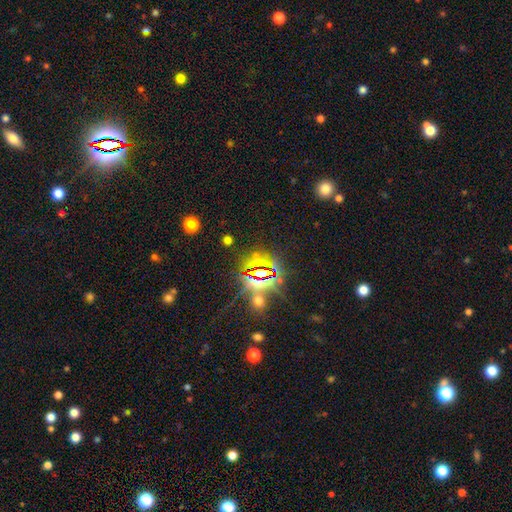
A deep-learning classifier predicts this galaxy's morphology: A star or artifact, not a galaxy (81%).

Vote fractions:
- Smooth or featured? star or artifact: 81% / smooth: 11% / featured or disk: 9%